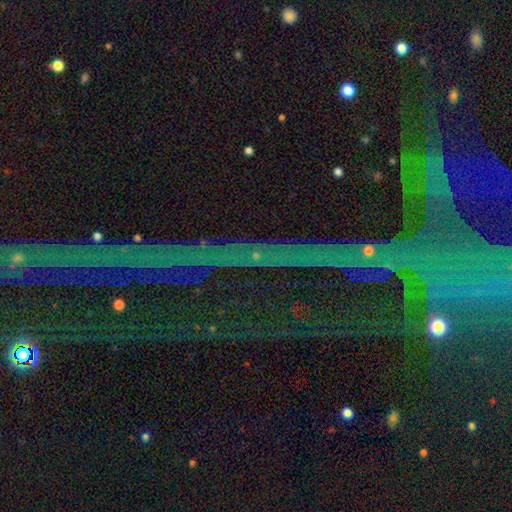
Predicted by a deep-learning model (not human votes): The model was most divided on "smooth or featured": star or artifact: 78%, featured or disk: 14%, smooth: 8%.